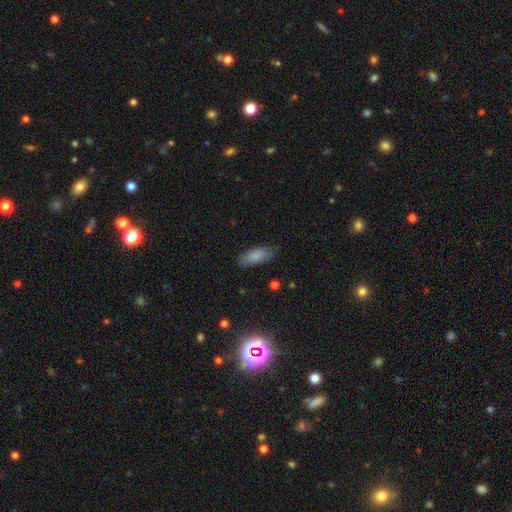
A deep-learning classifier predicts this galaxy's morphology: Overall: smooth (86%). How rounded: in between (82%). Merging: none (78%).